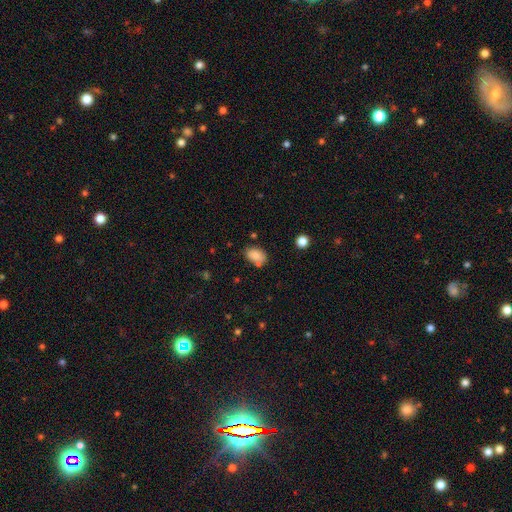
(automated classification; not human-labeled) smooth 85%, star or artifact 9%, featured or disk 6%. Down the decision tree: how rounded — in between (83%); merging — none (64%).